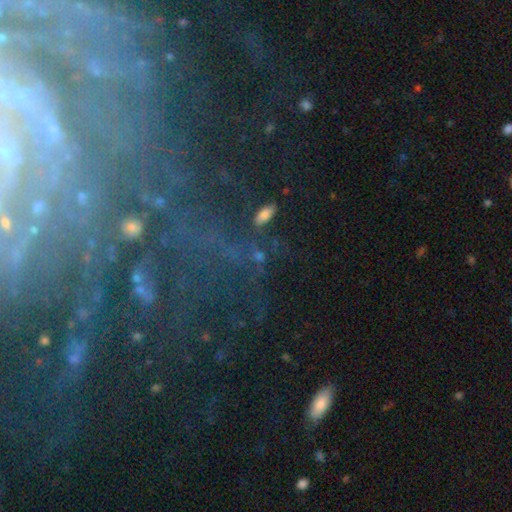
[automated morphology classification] The model was most divided on "smooth or featured": smooth: 42%, star or artifact: 35%, featured or disk: 23%. More confident: merging — none (70%).